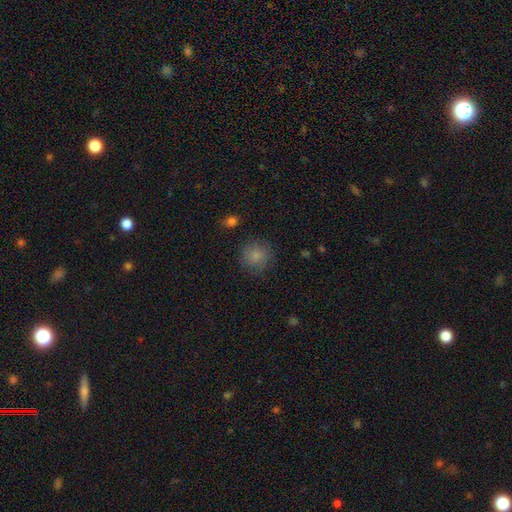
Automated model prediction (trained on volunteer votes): smooth_or_featured: smooth (p=0.82) [alt: star or artifact p=0.10]
how_rounded: round (p=0.90) [alt: in between p=0.09]
merging: none (p=0.82) [alt: minor disturbance p=0.12]